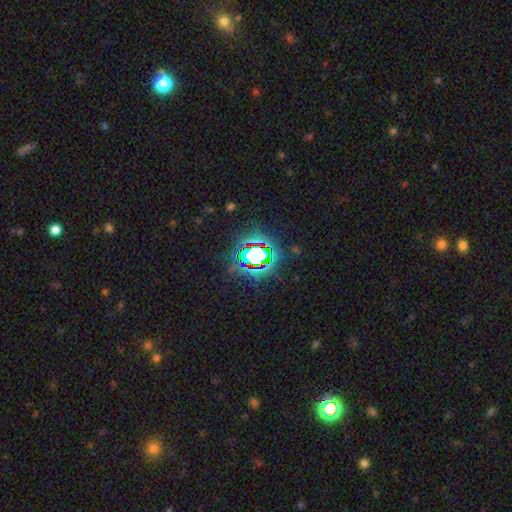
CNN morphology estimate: Overall: star or artifact (73%).